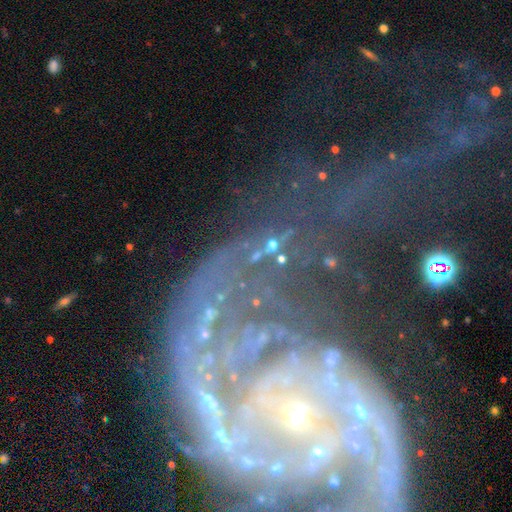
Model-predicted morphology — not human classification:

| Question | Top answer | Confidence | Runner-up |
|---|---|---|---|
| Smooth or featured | star or artifact | 40% | featured or disk (39%) |